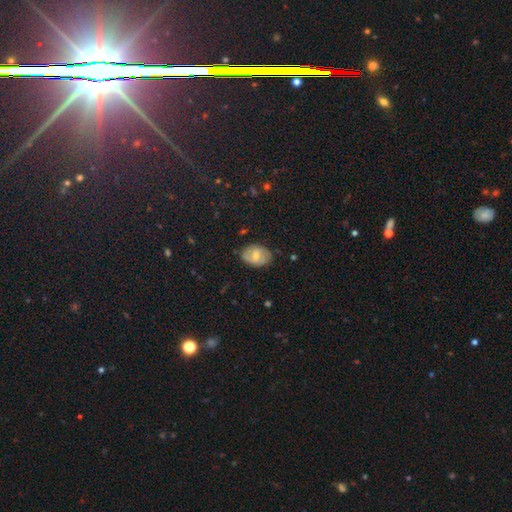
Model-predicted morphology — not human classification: smooth 51%, featured or disk 41%, star or artifact 8%. Down the decision tree: how rounded — in between (76%); merging — none (75%).